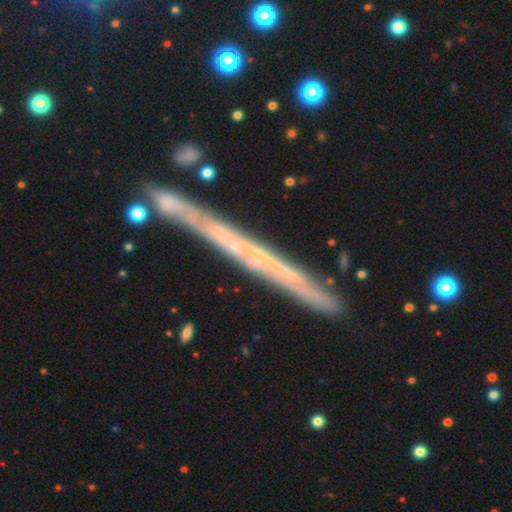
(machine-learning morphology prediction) This is likely a featured or disk galaxy (66%). It is clearly viewed edge-on (94%). Edge-on bulge: clearly none (86%). Merging: clearly none (83%).